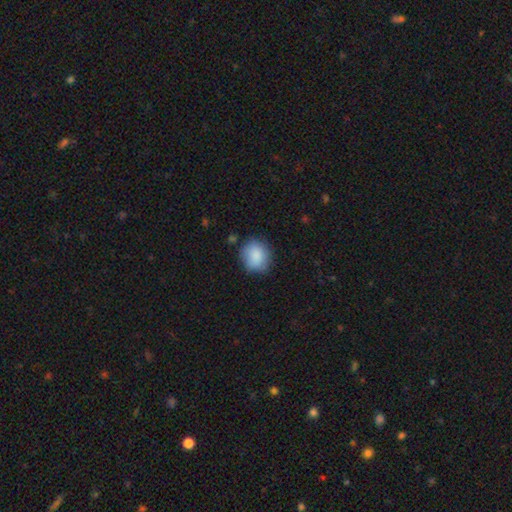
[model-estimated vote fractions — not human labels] Smooth or featured? Predicted: smooth (p=0.87). How rounded? Predicted: round (p=0.75). Merging? Predicted: none (p=0.77).